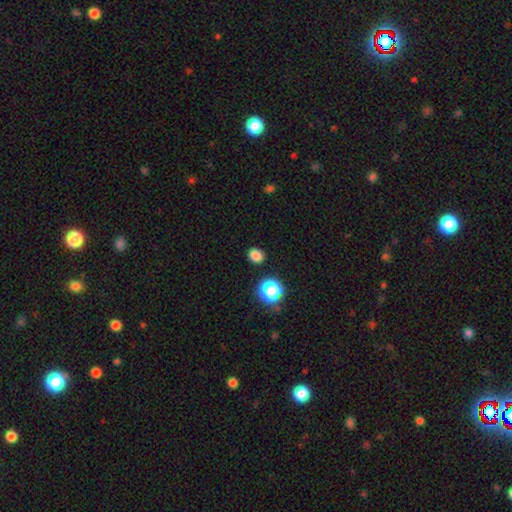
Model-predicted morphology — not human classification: Q: Smooth or featured?
A: smooth (81%); runner-up: star or artifact (15%)
Q: How rounded?
A: round (69%); runner-up: in between (30%)
Q: Merging?
A: none (89%); runner-up: minor disturbance (7%)